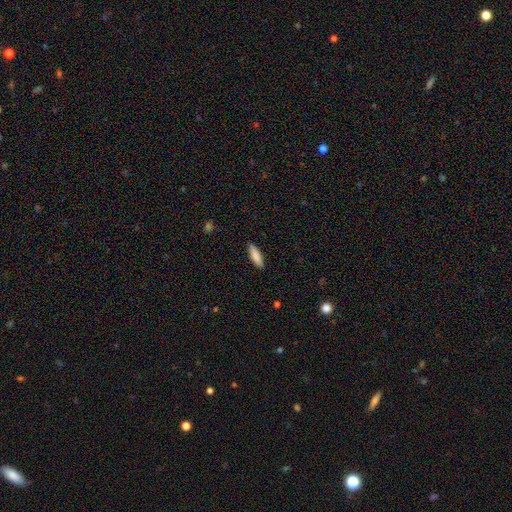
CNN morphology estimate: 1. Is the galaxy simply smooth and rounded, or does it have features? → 85% smooth, 9% featured or disk, 6% star or artifact.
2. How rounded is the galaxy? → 63% cigar-shaped, 35% in between, 2% round.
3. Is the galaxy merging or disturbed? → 89% none, 8% minor disturbance, 2% major disturbance, 1% merger.